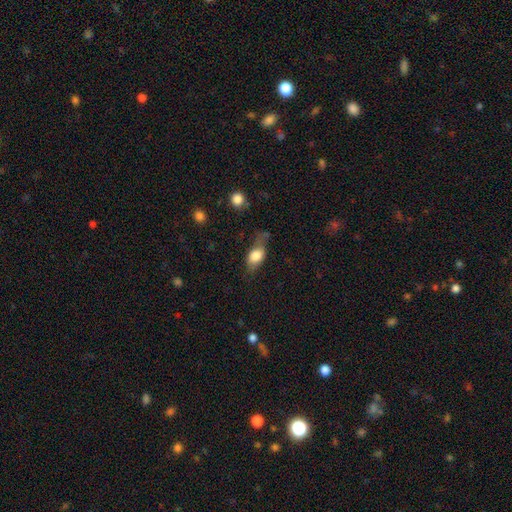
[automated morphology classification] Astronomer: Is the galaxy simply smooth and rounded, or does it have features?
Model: smooth — 76%.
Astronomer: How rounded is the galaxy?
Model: in between — 83%.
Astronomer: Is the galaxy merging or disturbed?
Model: none — 53% (runner-up: minor disturbance, 29%).